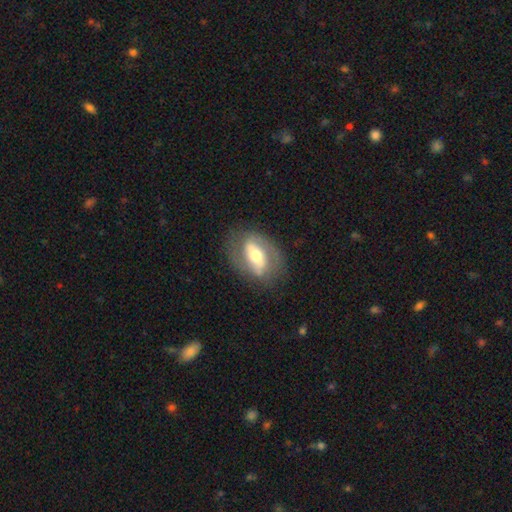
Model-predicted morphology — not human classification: Q: Smooth or featured?
A: featured or disk (65%); runner-up: smooth (29%)
Q: Edge-on disk?
A: no (89%); runner-up: yes (11%)
Q: Bar?
A: strong (49%); runner-up: weak (27%)
Q: Spiral arms?
A: yes (59%); runner-up: no (41%)
Q: Bulge size?
A: moderate (65%); runner-up: small (19%)
Q: Merging?
A: none (73%); runner-up: minor disturbance (17%)